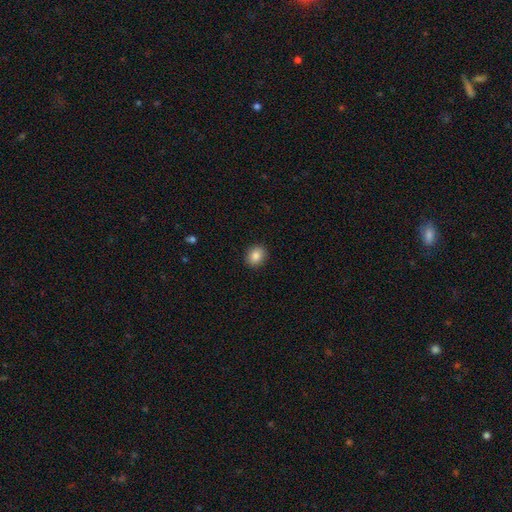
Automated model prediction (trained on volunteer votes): Smooth or featured?
  - smooth: 85% *
  - star or artifact: 9%
  - featured or disk: 6%
How rounded?
  - round: 58% *
  - in between: 41%
  - cigar-shaped: 1%
Merging?
  - none: 91% *
  - minor disturbance: 7%
  - major disturbance: 2%
  - merger: 1%